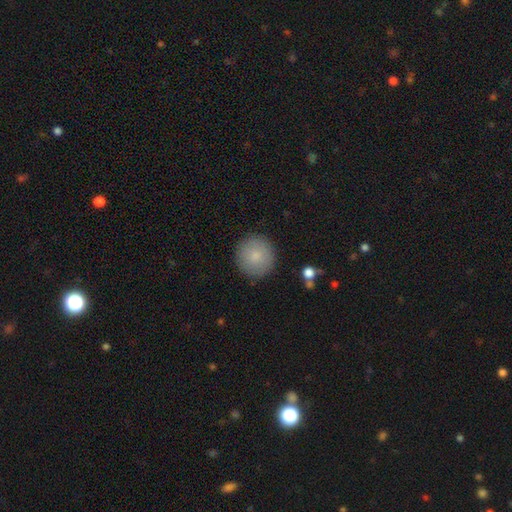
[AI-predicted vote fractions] A smooth galaxy with no disk features (85%) that is round (95%).

Vote fractions:
- Smooth or featured? smooth: 85% / featured or disk: 9% / star or artifact: 7%
- How rounded? round: 95% / in between: 4% / cigar-shaped: 1%
- Merging? none: 90% / minor disturbance: 7% / major disturbance: 2% / merger: 1%